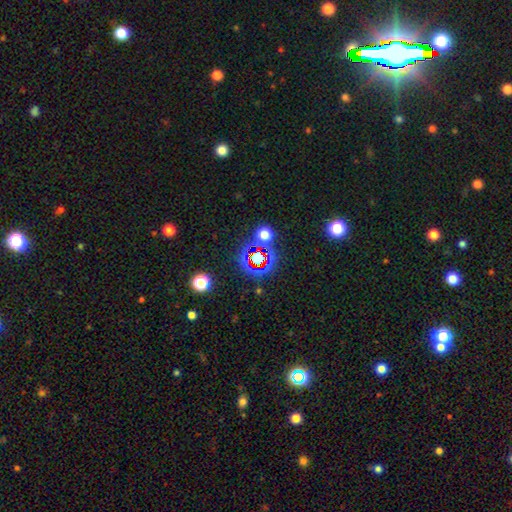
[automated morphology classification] star or artifact 65%, smooth 26%, featured or disk 10%.